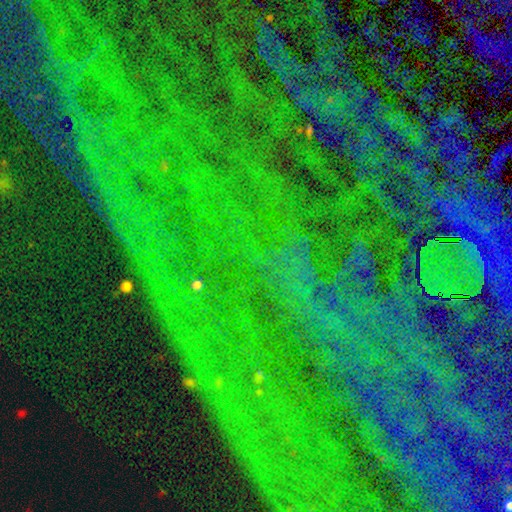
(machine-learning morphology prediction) This appears to be a star or artifact, not a galaxy (85%).